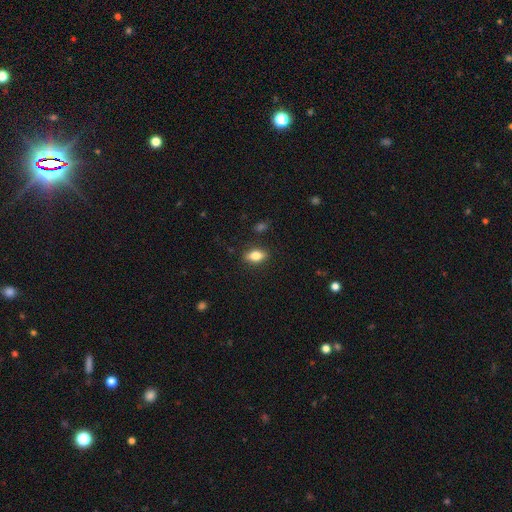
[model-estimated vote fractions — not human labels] Smooth or featured: smooth — 76% (featured or disk — 16%)
How rounded: in between — 84% (cigar-shaped — 9%)
Merging: none — 87% (minor disturbance — 9%)